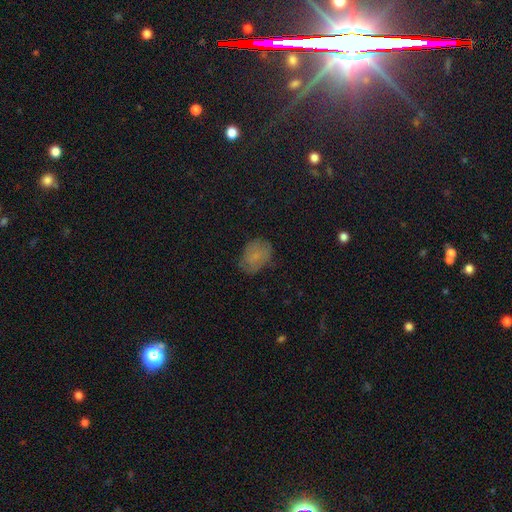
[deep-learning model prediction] Smooth or featured: smooth — 69% (featured or disk — 18%)
How rounded: in between — 69% (round — 30%)
Merging: none — 67% (minor disturbance — 24%)